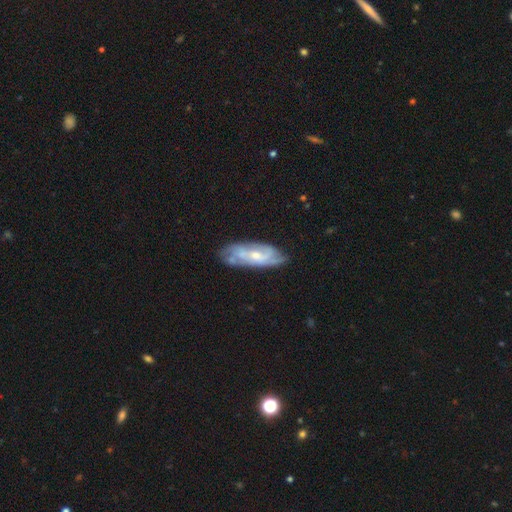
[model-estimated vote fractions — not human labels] Q: Smooth or featured?
A: featured or disk (68%); runner-up: smooth (26%)
Q: Edge-on disk?
A: no (84%); runner-up: yes (16%)
Q: Bar?
A: no (61%); runner-up: weak (32%)
Q: Spiral arms?
A: yes (80%); runner-up: no (20%)
Q: Bulge size?
A: small (50%); runner-up: moderate (43%)
Q: Merging?
A: none (67%); runner-up: minor disturbance (22%)